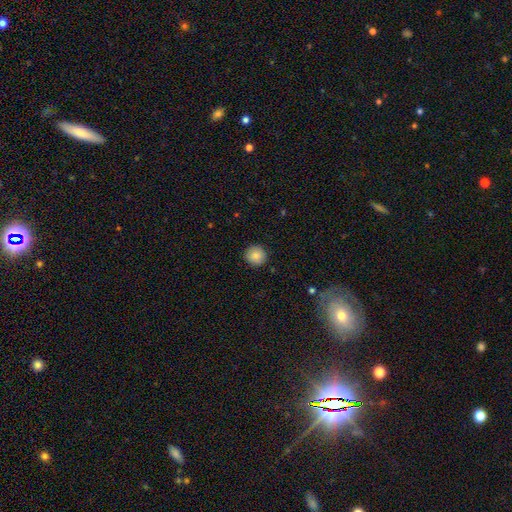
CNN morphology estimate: Q: Smooth or featured?
A: smooth (85%); runner-up: star or artifact (9%)
Q: How rounded?
A: round (94%); runner-up: in between (5%)
Q: Merging?
A: none (91%); runner-up: minor disturbance (6%)